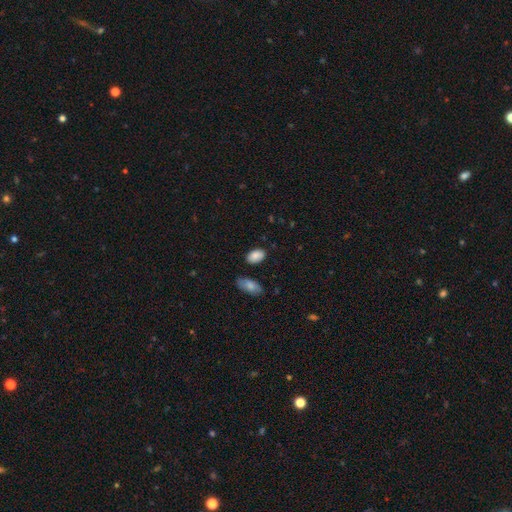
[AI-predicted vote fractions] Overall: smooth (87%). How rounded: in between (92%). Merging: none (81%).